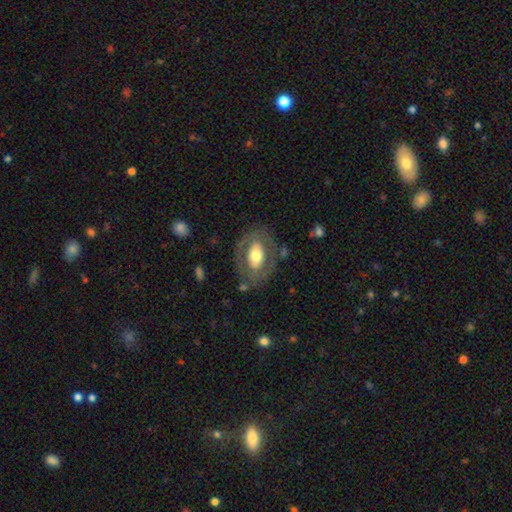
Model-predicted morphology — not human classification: Smooth or featured: featured or disk — 49% (smooth — 45%)
Merging: none — 73% (minor disturbance — 15%)